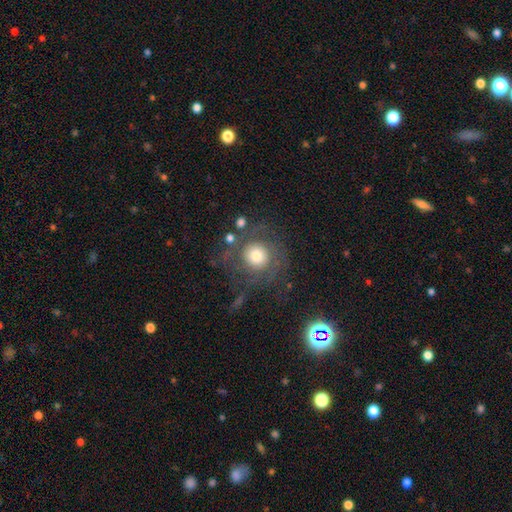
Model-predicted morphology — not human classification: The model was most divided on "bulge size": moderate: 44%, large: 38%, small: 10%, dominant: 7%, none: 2%. More confident: edge-on disk — no (97%); bar — no (84%); spiral arms — yes (79%); merging — none (64%); smooth or featured — featured or disk (54%).